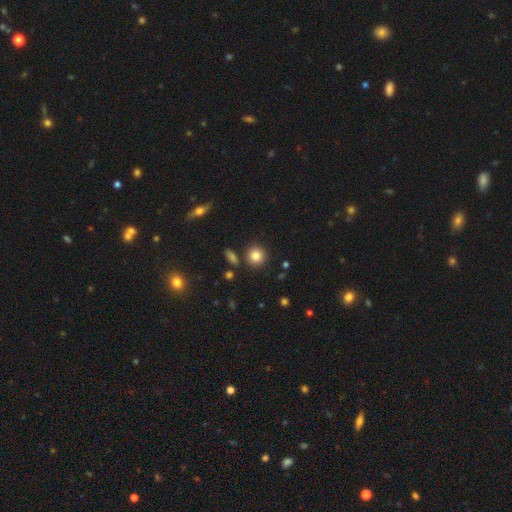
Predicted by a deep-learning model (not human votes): Smooth or featured? smooth (83%)
How rounded? round (90%)
Merging? none (86%)